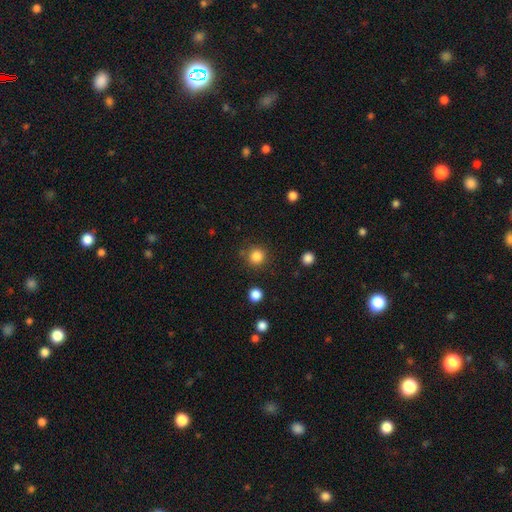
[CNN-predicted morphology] smooth-or-featured: smooth: 84% | star or artifact: 12% | featured or disk: 4%
  how-rounded: round: 94% | in between: 5% | cigar-shaped: 1%
  merging: none: 86% | minor disturbance: 8% | major disturbance: 3% | merger: 3%